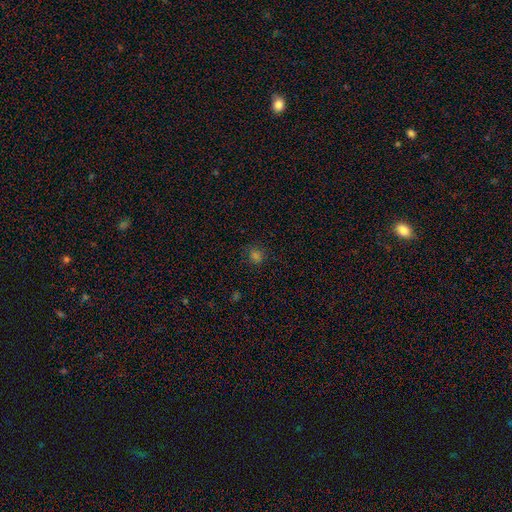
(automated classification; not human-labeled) This is likely a smooth galaxy (71%). How rounded: likely round (80%). Merging: clearly none (83%).